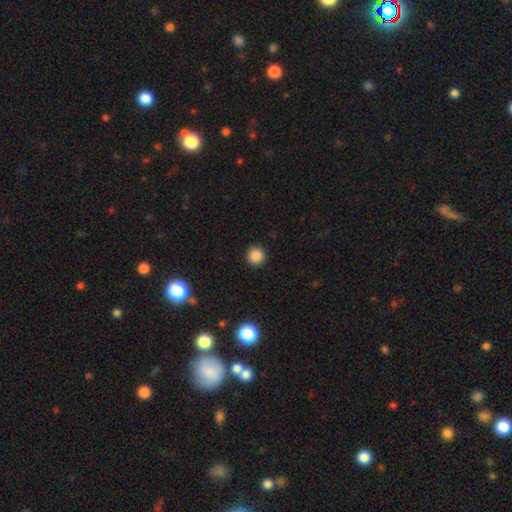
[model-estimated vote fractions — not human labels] Smooth or featured?
  - smooth: 86% *
  - star or artifact: 11%
  - featured or disk: 3%
How rounded?
  - round: 96% *
  - in between: 3%
  - cigar-shaped: 1%
Merging?
  - none: 93% *
  - minor disturbance: 5%
  - major disturbance: 2%
  - merger: 1%